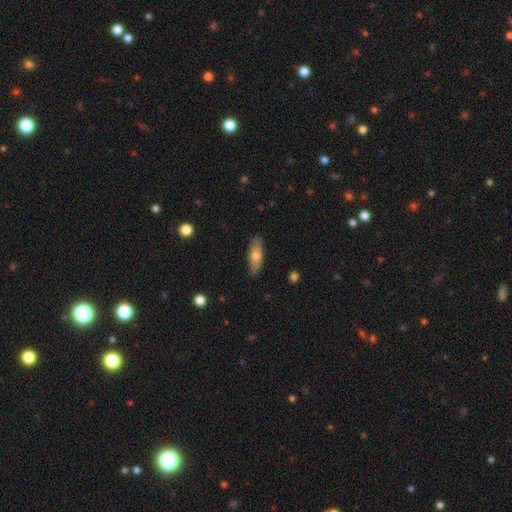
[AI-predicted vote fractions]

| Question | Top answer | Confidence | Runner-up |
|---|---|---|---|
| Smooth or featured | smooth | 67% | featured or disk (27%) |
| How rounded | in between | 58% | cigar-shaped (39%) |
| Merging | none | 87% | minor disturbance (10%) |